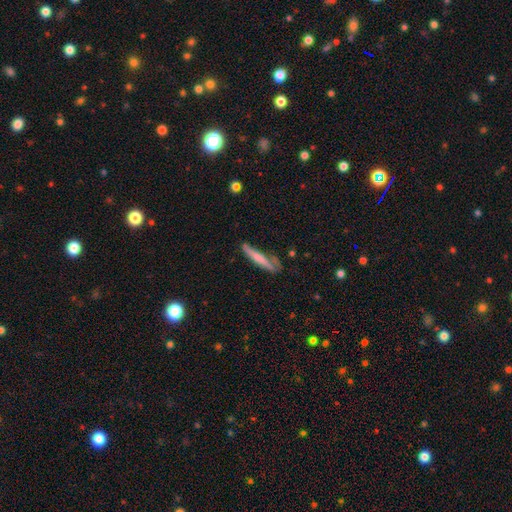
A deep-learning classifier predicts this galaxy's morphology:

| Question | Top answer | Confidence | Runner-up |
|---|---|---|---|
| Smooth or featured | smooth | 55% | featured or disk (38%) |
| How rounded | cigar-shaped | 92% | in between (6%) |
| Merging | none | 67% | minor disturbance (22%) |